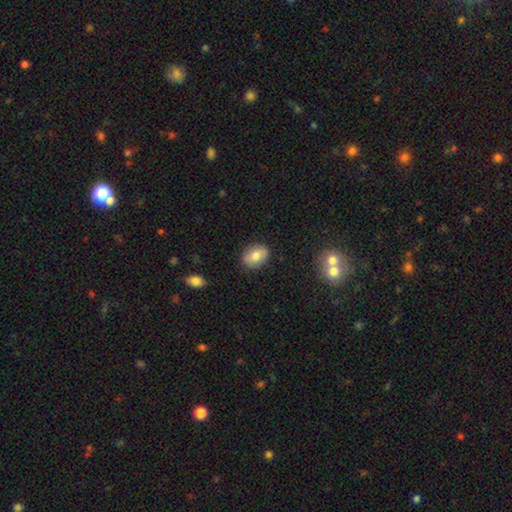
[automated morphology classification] Smooth or featured?
  - smooth: 80% *
  - featured or disk: 12%
  - star or artifact: 8%
How rounded?
  - in between: 76% *
  - round: 23%
  - cigar-shaped: 1%
Merging?
  - none: 86% *
  - minor disturbance: 11%
  - major disturbance: 2%
  - merger: 1%